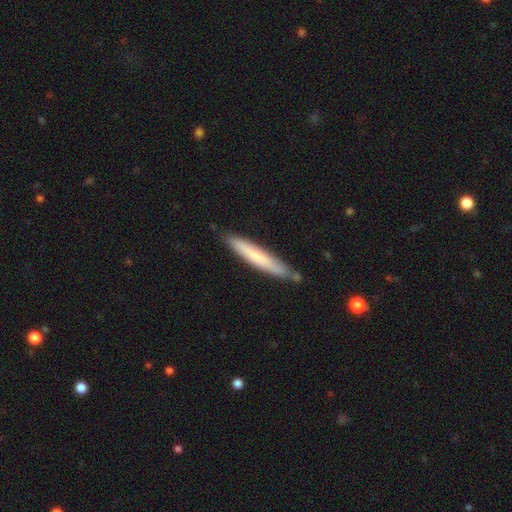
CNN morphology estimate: Smooth or featured?
  - smooth: 67% *
  - featured or disk: 27%
  - star or artifact: 5%
How rounded?
  - cigar-shaped: 94% *
  - in between: 5%
  - round: 1%
Merging?
  - none: 80% *
  - minor disturbance: 14%
  - merger: 4%
  - major disturbance: 2%